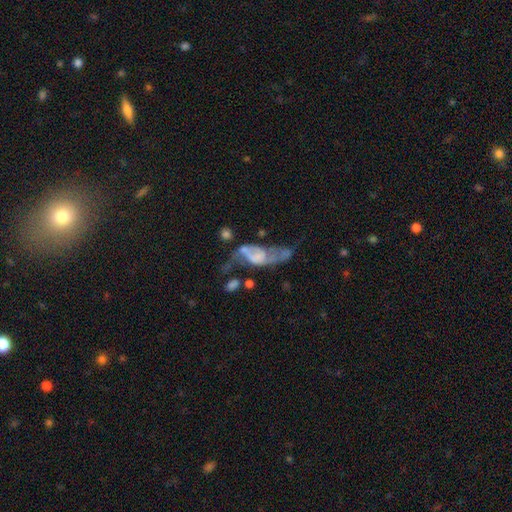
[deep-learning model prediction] A featured or disk galaxy (63%) with no bar (67%), spiral arms (53%) and no central bulge (45%). Merging: major disturbance (43%).